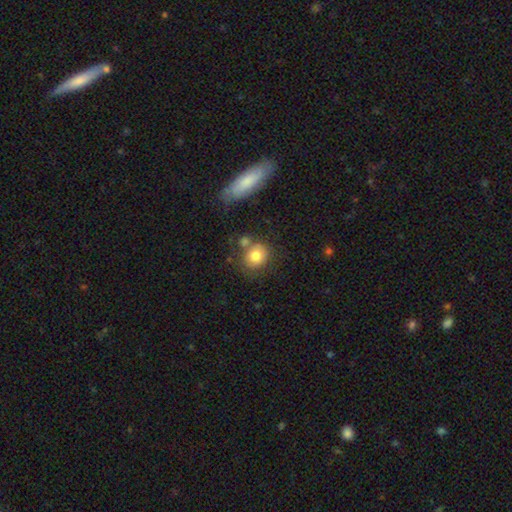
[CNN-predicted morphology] Overall: smooth (80%). How rounded: round (74%). Merging: none (63%).